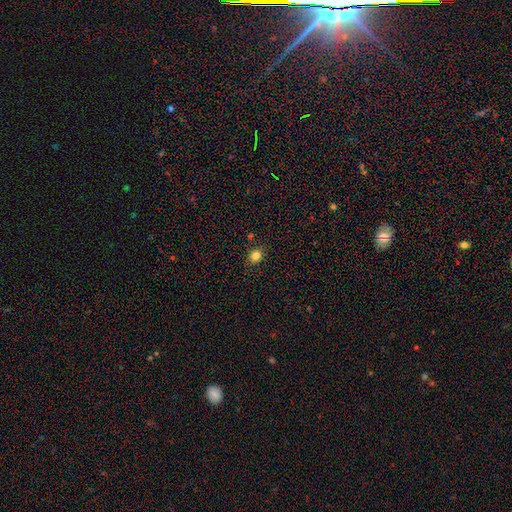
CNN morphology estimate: smooth-or-featured: smooth: 82% | star or artifact: 13% | featured or disk: 5%
  how-rounded: round: 72% | in between: 27% | cigar-shaped: 1%
  merging: none: 86% | minor disturbance: 10% | major disturbance: 2% | merger: 2%